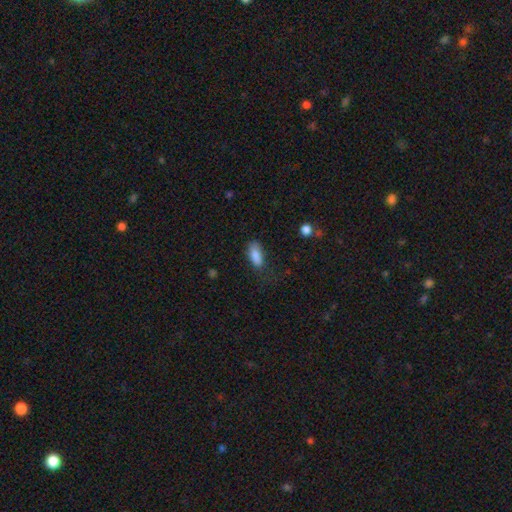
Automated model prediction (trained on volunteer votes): Overall: smooth (86%). How rounded: in between (83%). Merging: none (59%; minor disturbance 28%).